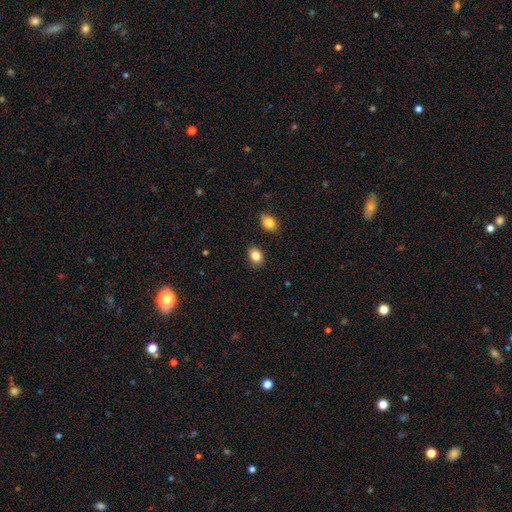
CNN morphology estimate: This is clearly a smooth galaxy (85%). How rounded: likely in between (70%). Merging: clearly none (85%).